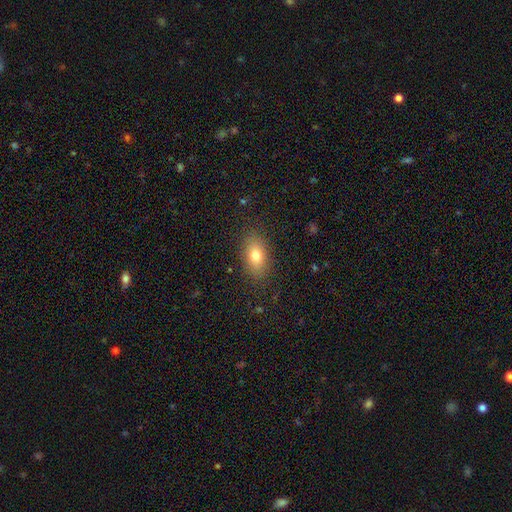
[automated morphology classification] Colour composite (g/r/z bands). It shows a smooth galaxy with no disk features (77%) that is in between round and cigar-shaped (85%). Merging: none (86%).